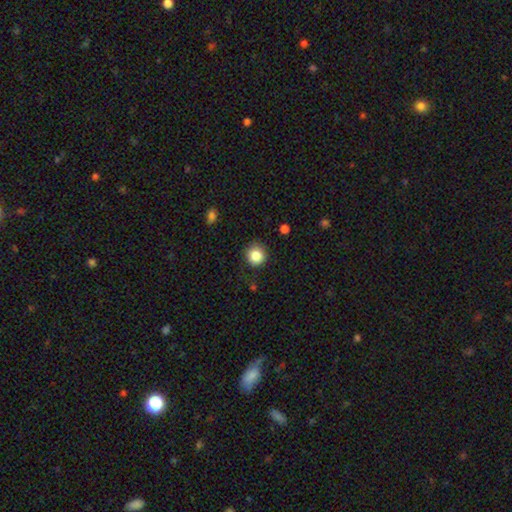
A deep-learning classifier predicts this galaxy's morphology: A smooth galaxy with no disk features (84%) that is round (92%).

Vote fractions:
- Smooth or featured? smooth: 84% / star or artifact: 10% / featured or disk: 6%
- How rounded? round: 92% / in between: 7% / cigar-shaped: 1%
- Merging? none: 82% / minor disturbance: 13% / major disturbance: 3% / merger: 1%